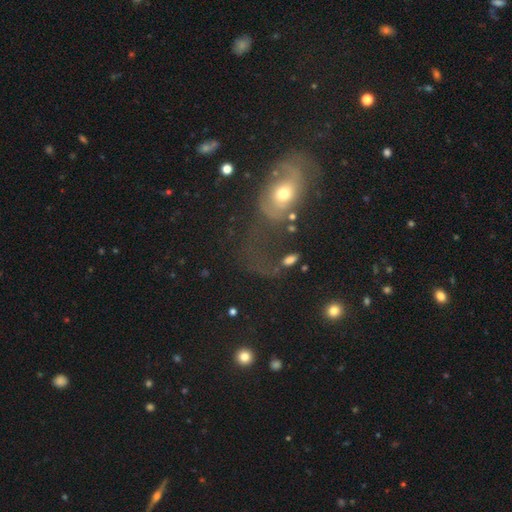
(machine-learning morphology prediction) Q: Smooth or featured?
A: featured or disk (43%); runner-up: smooth (38%)
Q: Merging?
A: major disturbance (40%); runner-up: none (34%)